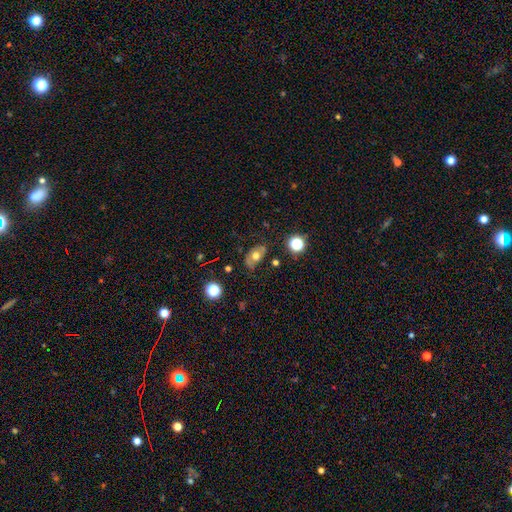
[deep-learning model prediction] A smooth galaxy with no disk features (55%) that is in between round and cigar-shaped (78%). Merging: none (67%).